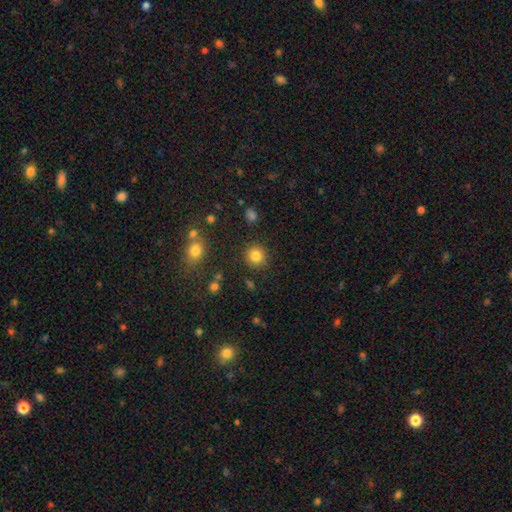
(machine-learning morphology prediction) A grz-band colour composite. It shows a smooth galaxy with no disk features (83%) that is round (92%). Merging: none (88%).